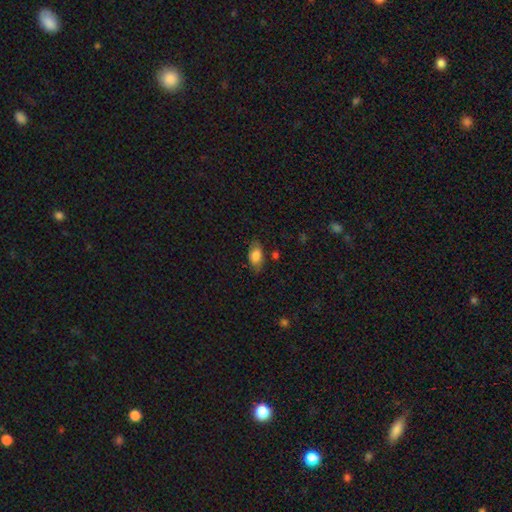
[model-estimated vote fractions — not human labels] This appears to be a smooth galaxy with no disk features (79%) that is in between round and cigar-shaped (90%). Merging: none (75%).